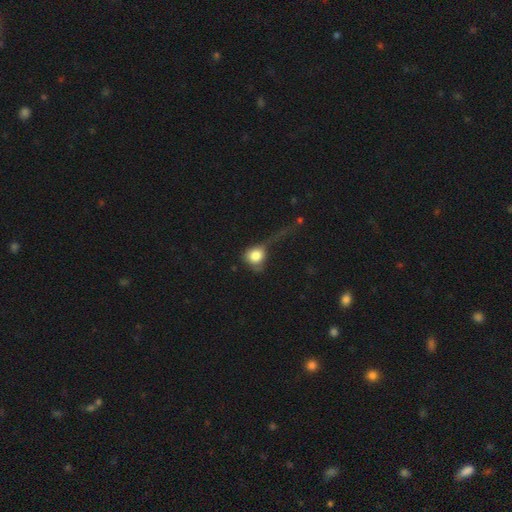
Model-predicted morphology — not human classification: smooth 76%, featured or disk 15%, star or artifact 9%. Down the decision tree: how rounded — round (72%); merging — major disturbance (48%).